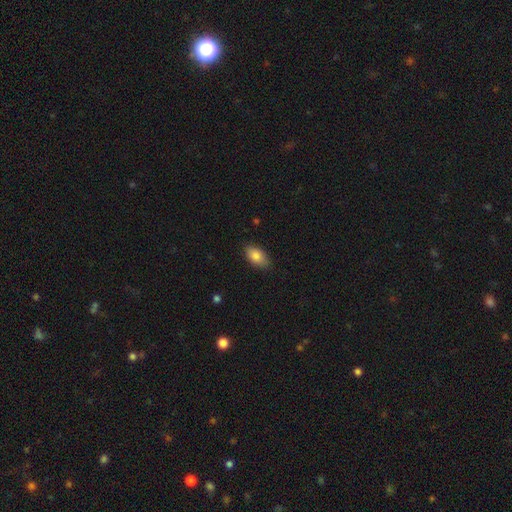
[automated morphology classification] Q: Smooth or featured?
A: smooth (85%); runner-up: featured or disk (8%)
Q: How rounded?
A: in between (92%); runner-up: round (5%)
Q: Merging?
A: none (84%); runner-up: minor disturbance (13%)